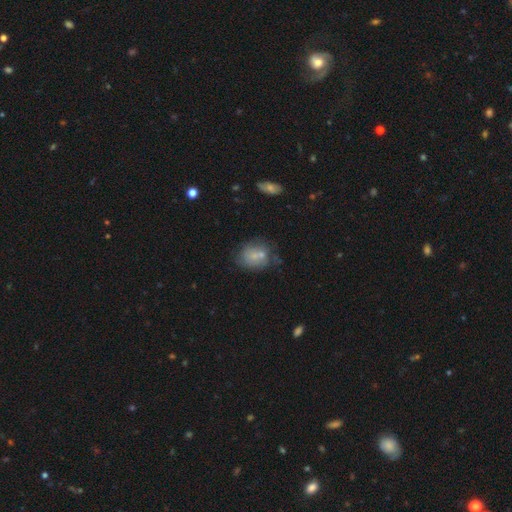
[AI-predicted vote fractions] Morphology: type=smooth (65%); roundness=round (52%); merging=none (45%).